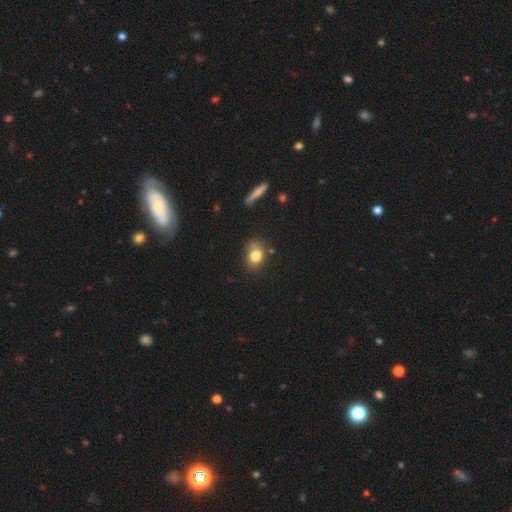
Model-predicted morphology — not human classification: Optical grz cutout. It shows a smooth galaxy with no disk features (79%) that is in between round and cigar-shaped (57%). Merging: none (60%).